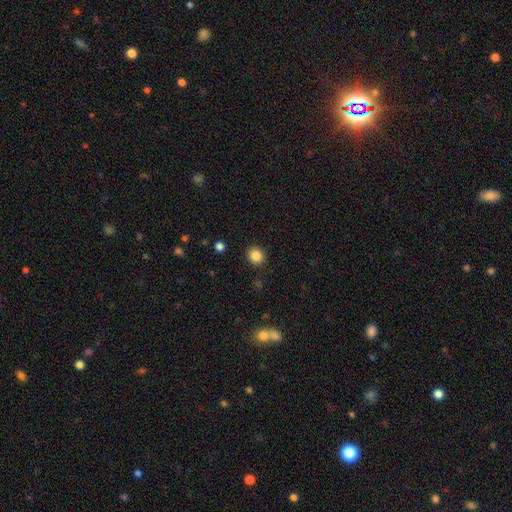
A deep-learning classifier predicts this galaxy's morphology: Smooth or featured?
  - smooth: 86% *
  - star or artifact: 10%
  - featured or disk: 4%
How rounded?
  - round: 81% *
  - in between: 18%
  - cigar-shaped: 1%
Merging?
  - none: 91% *
  - minor disturbance: 6%
  - major disturbance: 2%
  - merger: 1%